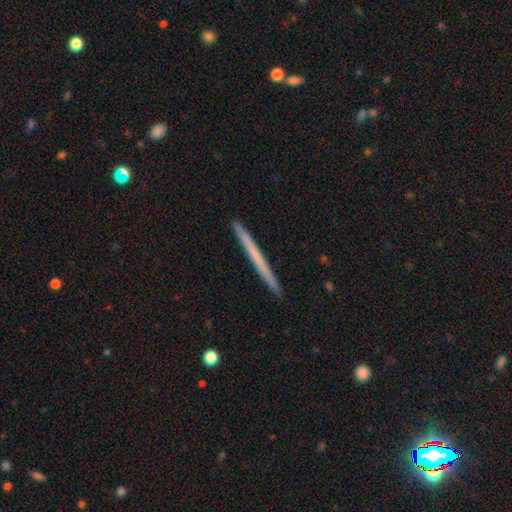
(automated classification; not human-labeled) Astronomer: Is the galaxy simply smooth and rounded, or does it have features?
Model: smooth — 49% (runner-up: featured or disk, 46%).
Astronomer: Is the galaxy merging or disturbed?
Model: none — 93%.